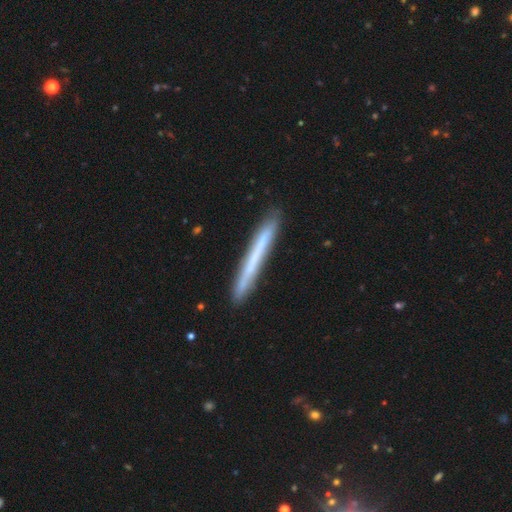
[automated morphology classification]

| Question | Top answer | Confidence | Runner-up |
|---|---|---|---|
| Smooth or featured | smooth | 54% | featured or disk (40%) |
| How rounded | cigar-shaped | 97% | in between (2%) |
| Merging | none | 89% | minor disturbance (8%) |